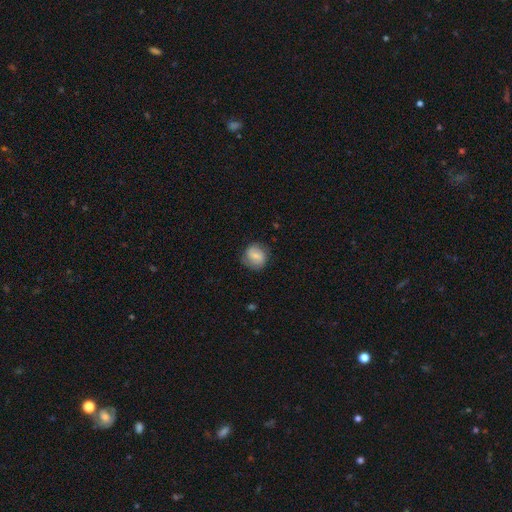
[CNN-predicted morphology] Smooth or featured? smooth (58%)
How rounded? round (80%)
Merging? none (76%)